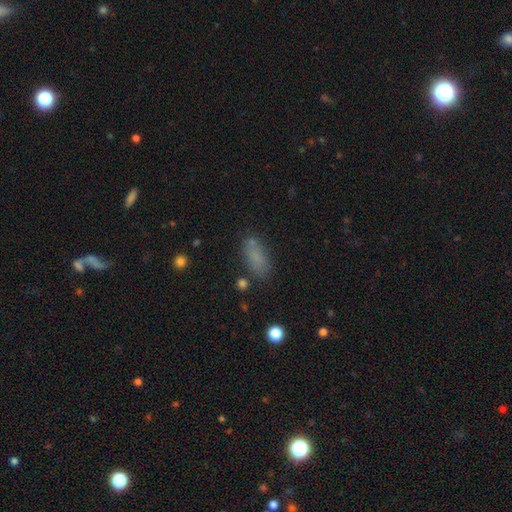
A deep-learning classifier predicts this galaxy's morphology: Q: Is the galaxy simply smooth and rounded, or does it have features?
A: smooth — 77%.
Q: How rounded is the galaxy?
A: in between — 81%.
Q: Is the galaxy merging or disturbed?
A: none — 69%.